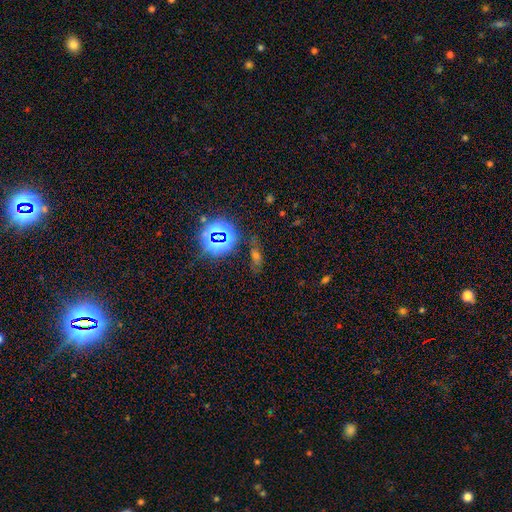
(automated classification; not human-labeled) smooth_or_featured: star or artifact (p=0.50) [alt: smooth p=0.32]